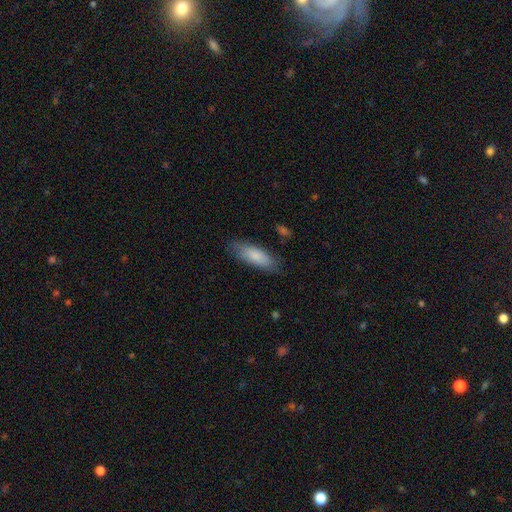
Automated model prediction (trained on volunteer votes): A smooth galaxy with no disk features (83%) that is in between round and cigar-shaped (61%).

Vote fractions:
- Smooth or featured? smooth: 83% / featured or disk: 12% / star or artifact: 6%
- How rounded? in between: 61% / cigar-shaped: 38% / round: 2%
- Merging? none: 82% / minor disturbance: 14% / major disturbance: 3% / merger: 1%